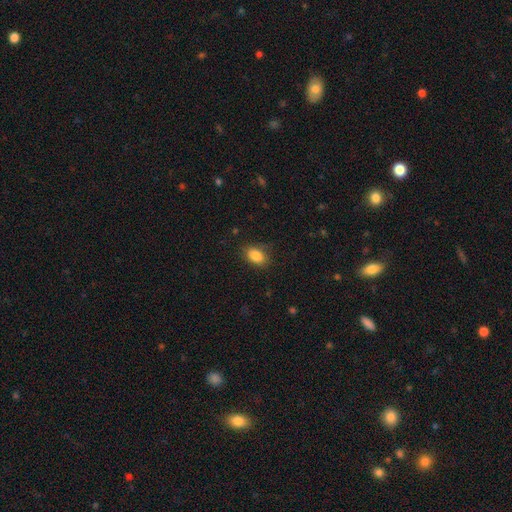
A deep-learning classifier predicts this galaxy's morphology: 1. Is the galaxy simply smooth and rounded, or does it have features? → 86% smooth, 8% star or artifact, 5% featured or disk.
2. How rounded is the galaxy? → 85% in between, 13% round, 2% cigar-shaped.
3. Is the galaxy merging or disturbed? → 82% none, 13% minor disturbance, 4% major disturbance, 1% merger.